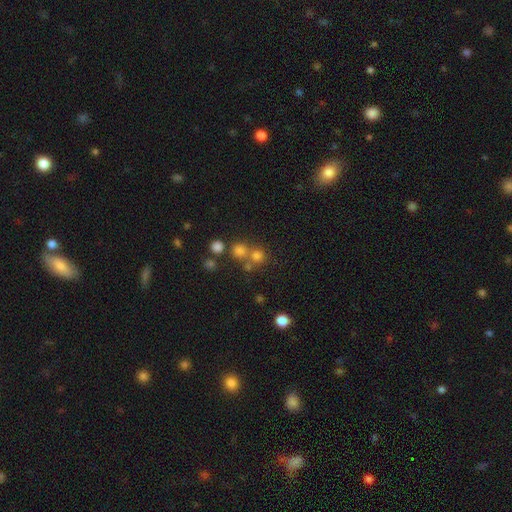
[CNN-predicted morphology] A smooth galaxy with no disk features (63%) that is round (90%). Merging: none (59%).